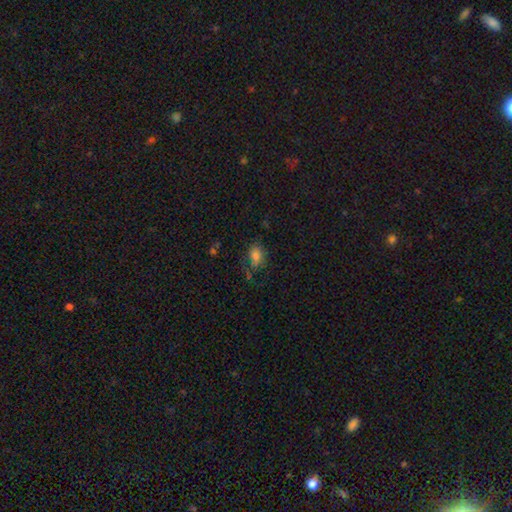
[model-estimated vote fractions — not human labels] Overall: smooth (75%). How rounded: in between (69%). Merging: none (61%; minor disturbance 23%).